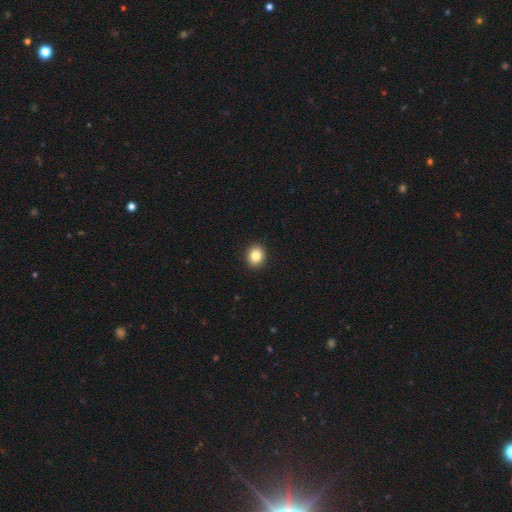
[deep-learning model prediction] Morphology: type=smooth (84%); roundness=round (72%); merging=none (92%).